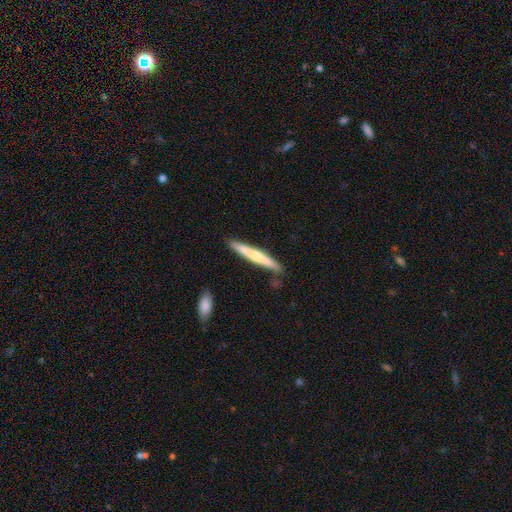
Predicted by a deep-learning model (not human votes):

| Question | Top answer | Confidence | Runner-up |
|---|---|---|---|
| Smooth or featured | smooth | 52% | featured or disk (43%) |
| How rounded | cigar-shaped | 96% | in between (3%) |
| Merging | none | 85% | minor disturbance (11%) |